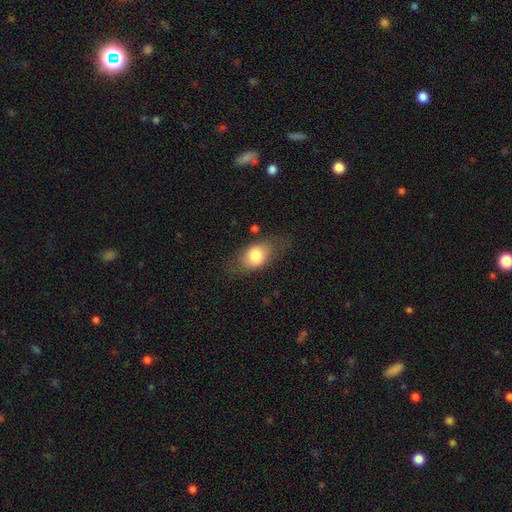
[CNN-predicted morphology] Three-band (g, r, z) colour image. It shows a smooth galaxy with no disk features (75%) that is in between round and cigar-shaped (76%). Merging: none (68%).